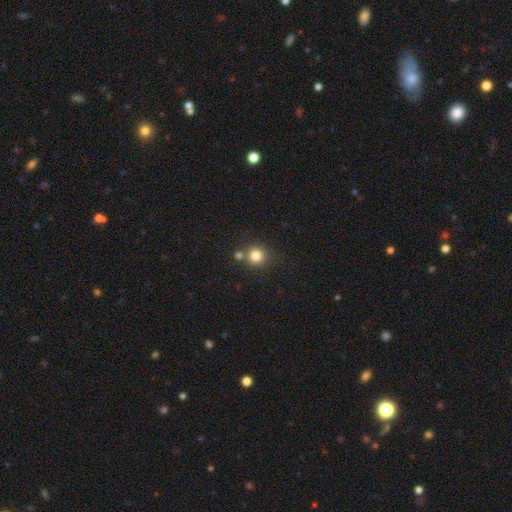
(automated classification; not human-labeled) Morphology: type=smooth (81%); roundness=round (92%); merging=none (69%).